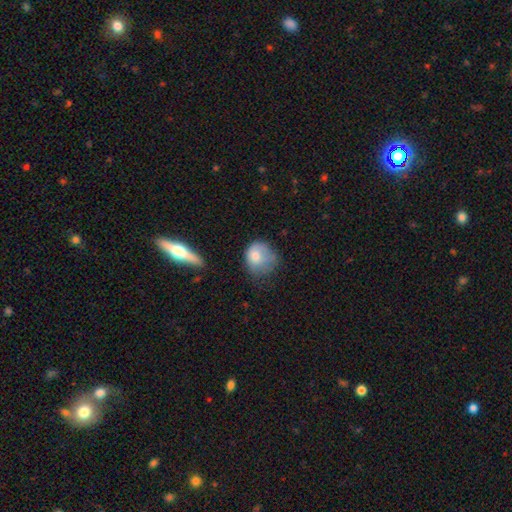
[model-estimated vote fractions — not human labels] Smooth or featured? smooth (73%)
How rounded? round (65%)
Merging? minor disturbance (34%)